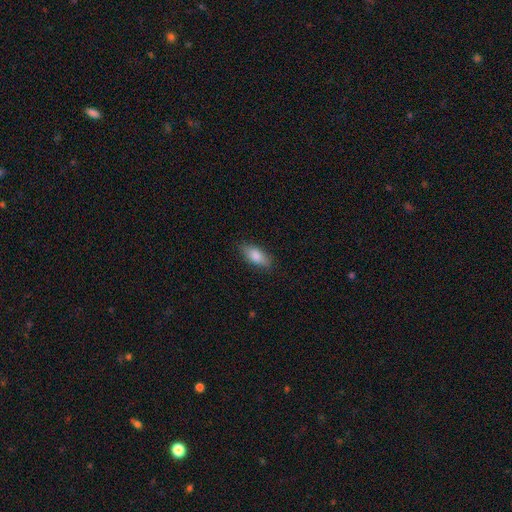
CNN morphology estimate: Smooth or featured? smooth (83%)
How rounded? in between (81%)
Merging? none (84%)